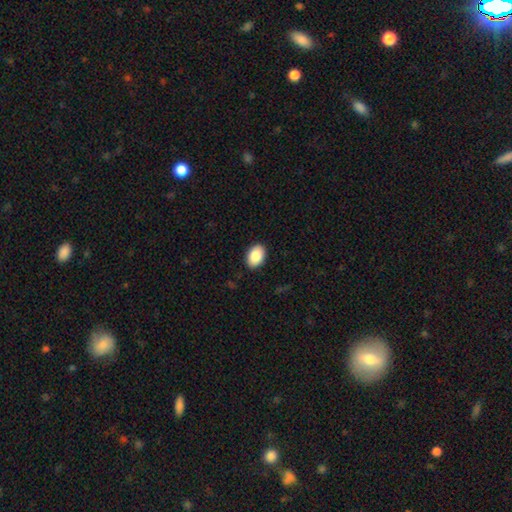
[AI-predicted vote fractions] Morphology: type=smooth (88%); roundness=in between (84%); merging=none (90%).